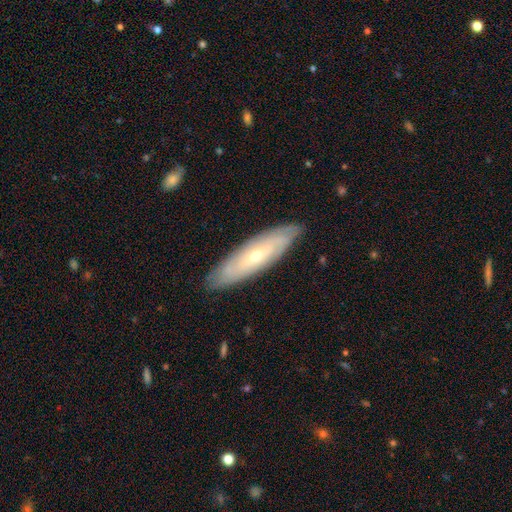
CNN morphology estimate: Smooth or featured?
  - featured or disk: 66% *
  - smooth: 28%
  - star or artifact: 6%
Edge-on disk?
  - no: 67% *
  - yes: 33%
Merging?
  - none: 85% *
  - minor disturbance: 12%
  - major disturbance: 2%
  - merger: 1%